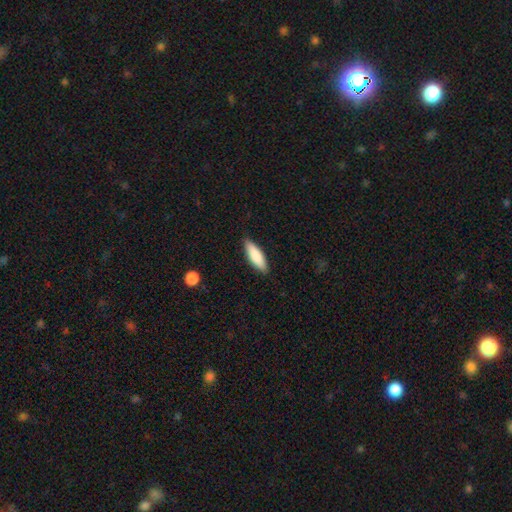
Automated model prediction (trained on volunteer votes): This appears to be a smooth galaxy with no disk features (83%) that is cigar-shaped (53%). Merging: none (87%).